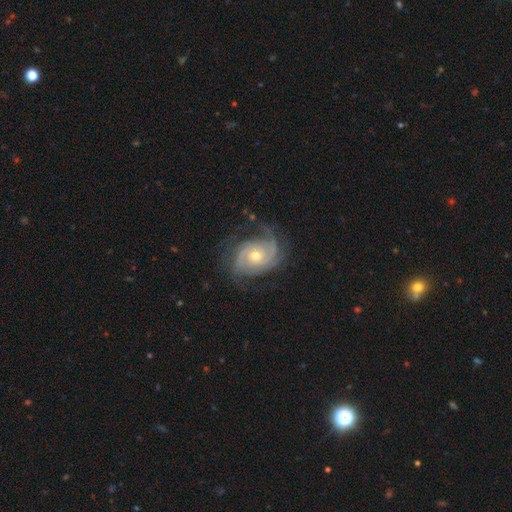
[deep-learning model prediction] Morphology: type=featured or disk (88%); edge-on=no (97%); bar=no (74%); spiral arms=yes (97%); winding=tight (61%); arm count=2 (36%); bulge=moderate (58%); merging=none (67%).